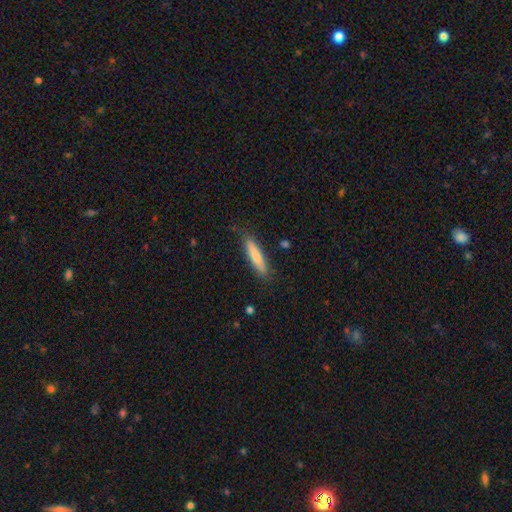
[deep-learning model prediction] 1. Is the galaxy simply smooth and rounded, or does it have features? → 77% smooth, 17% featured or disk, 6% star or artifact.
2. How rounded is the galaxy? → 86% cigar-shaped, 13% in between, 1% round.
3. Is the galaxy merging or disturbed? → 84% none, 12% minor disturbance, 2% major disturbance, 2% merger.